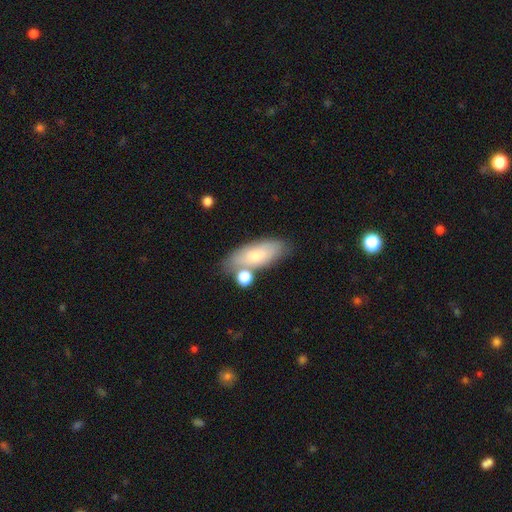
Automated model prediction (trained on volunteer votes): smooth-or-featured: smooth: 72% | featured or disk: 21% | star or artifact: 7%
  how-rounded: in between: 79% | cigar-shaped: 17% | round: 3%
  merging: none: 63% | minor disturbance: 17% | merger: 14% | major disturbance: 6%